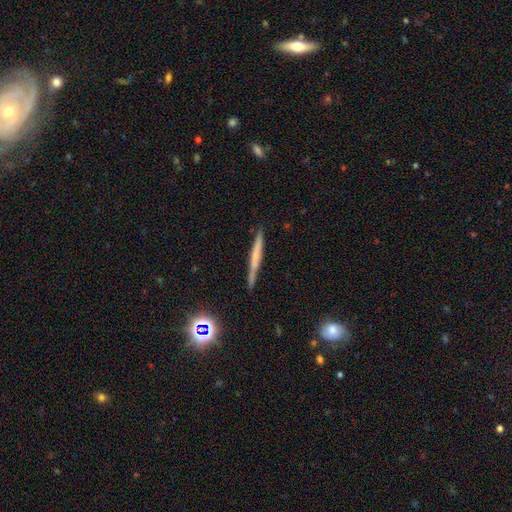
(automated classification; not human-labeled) Overall: smooth (46%; featured or disk 43%). Merging: none (84%).